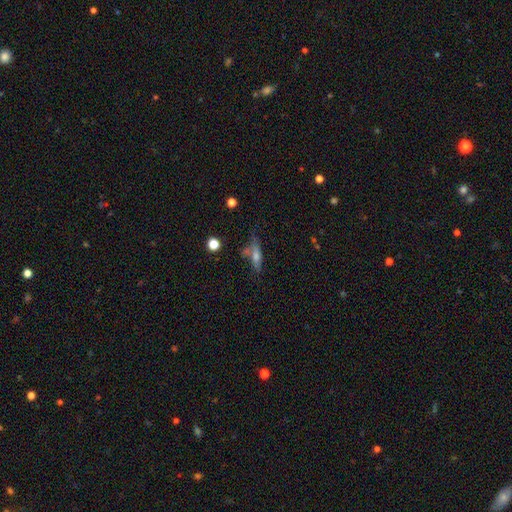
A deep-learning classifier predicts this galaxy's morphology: Smooth or featured?
  - featured or disk: 45% *
  - smooth: 38%
  - star or artifact: 16%
Merging?
  - none: 50% *
  - minor disturbance: 23%
  - major disturbance: 15%
  - merger: 13%